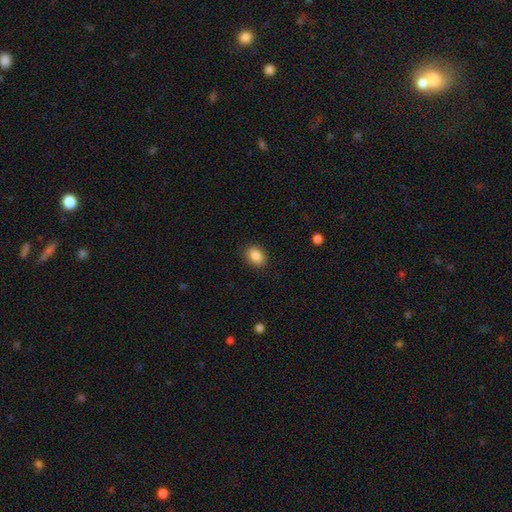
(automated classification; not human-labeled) Smooth or featured?
  - smooth: 87% *
  - star or artifact: 8%
  - featured or disk: 5%
How rounded?
  - in between: 71% *
  - round: 27%
  - cigar-shaped: 1%
Merging?
  - none: 88% *
  - minor disturbance: 8%
  - major disturbance: 2%
  - merger: 1%